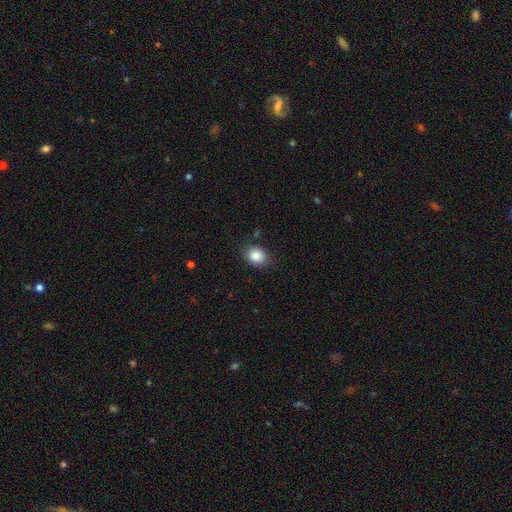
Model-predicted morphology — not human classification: smooth 86%, star or artifact 9%, featured or disk 5%. Down the decision tree: how rounded — round (51%); merging — none (82%).